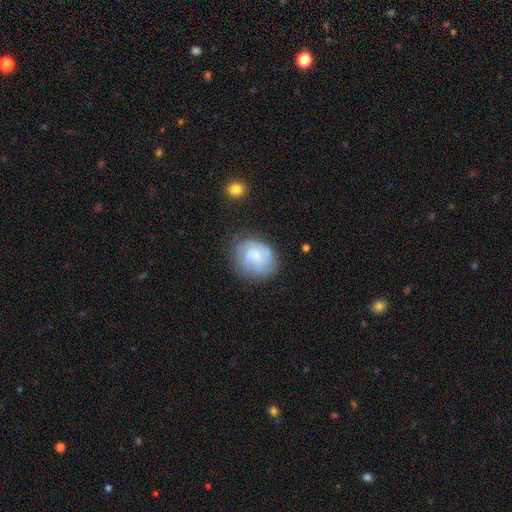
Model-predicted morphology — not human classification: smooth_or_featured: featured or disk (p=0.48) [alt: smooth p=0.44]
merging: none (p=0.64) [alt: minor disturbance p=0.23]